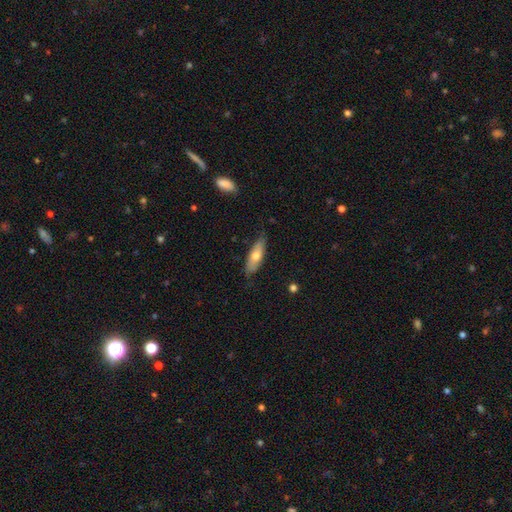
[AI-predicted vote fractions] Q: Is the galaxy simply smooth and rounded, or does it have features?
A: smooth — 64%.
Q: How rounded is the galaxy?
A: in between — 54%.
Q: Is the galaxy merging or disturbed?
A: none — 74%.